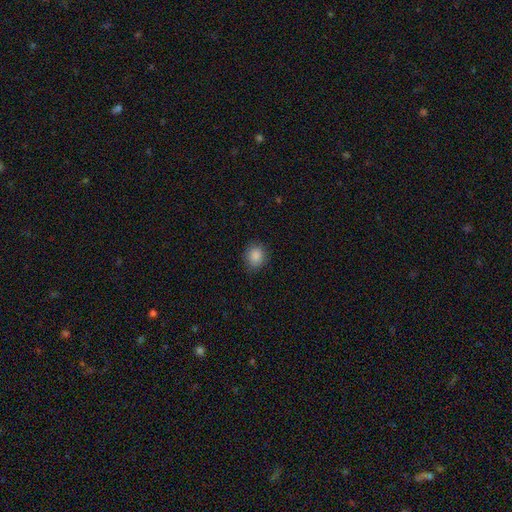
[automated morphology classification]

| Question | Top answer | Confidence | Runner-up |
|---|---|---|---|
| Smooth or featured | smooth | 88% | star or artifact (9%) |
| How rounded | round | 72% | in between (27%) |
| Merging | none | 85% | minor disturbance (11%) |